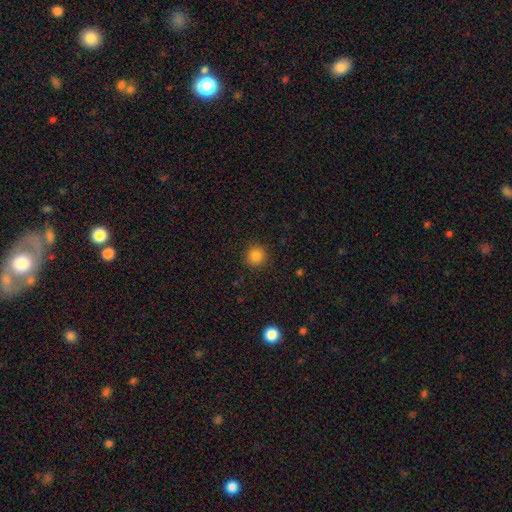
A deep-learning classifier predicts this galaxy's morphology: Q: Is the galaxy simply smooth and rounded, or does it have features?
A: smooth — 84%.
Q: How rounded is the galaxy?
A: round — 93%.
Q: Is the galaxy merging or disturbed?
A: none — 90%.